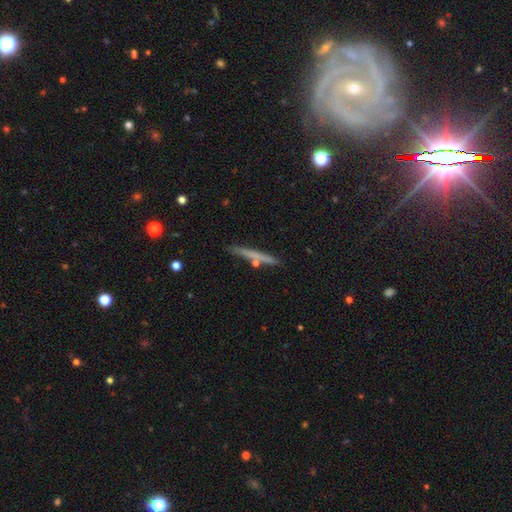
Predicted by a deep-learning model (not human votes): smooth 48%, featured or disk 45%, star or artifact 7%. Down the decision tree: merging — none (85%).